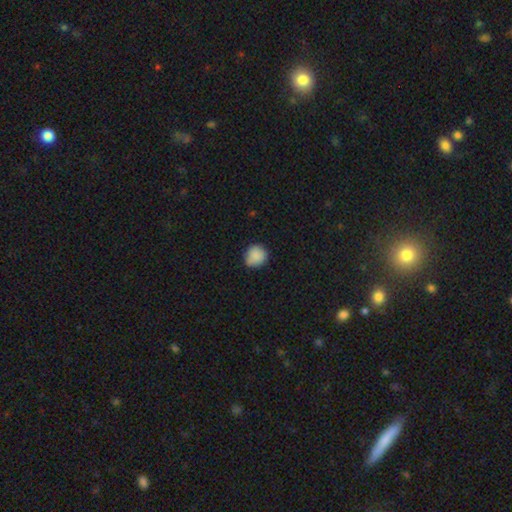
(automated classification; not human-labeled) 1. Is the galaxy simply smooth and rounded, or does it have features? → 87% smooth, 8% star or artifact, 5% featured or disk.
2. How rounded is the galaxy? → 86% round, 13% in between, 1% cigar-shaped.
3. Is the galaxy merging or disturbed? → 78% none, 18% minor disturbance, 3% major disturbance, 1% merger.